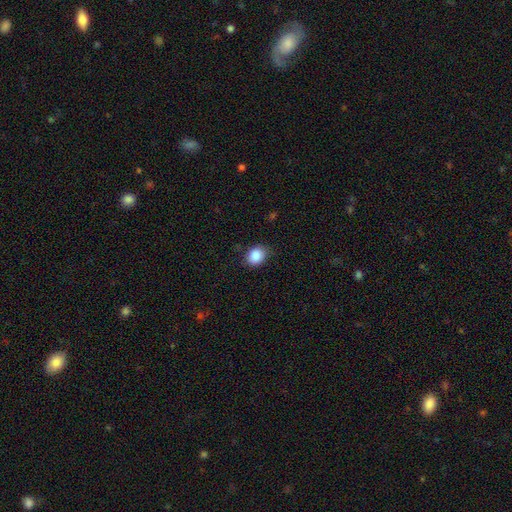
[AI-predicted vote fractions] A smooth galaxy with no disk features (88%) that is round (53%).

Vote fractions:
- Smooth or featured? smooth: 88% / star or artifact: 8% / featured or disk: 4%
- How rounded? round: 53% / in between: 47% / cigar-shaped: 1%
- Merging? none: 78% / minor disturbance: 17% / major disturbance: 3% / merger: 1%